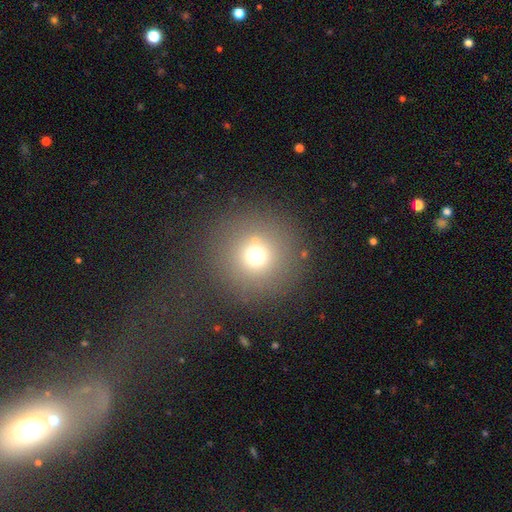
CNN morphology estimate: smooth_or_featured: smooth (p=0.68) [alt: star or artifact p=0.22]
how_rounded: round (p=0.95) [alt: in between p=0.04]
merging: none (p=0.84) [alt: minor disturbance p=0.07]